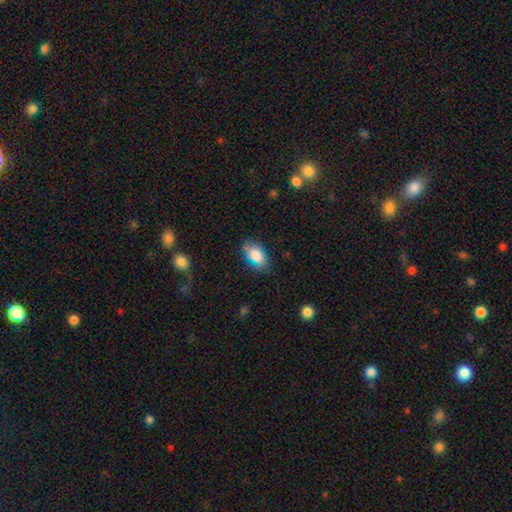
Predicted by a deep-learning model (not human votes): Q: Smooth or featured?
A: smooth (81%); runner-up: featured or disk (10%)
Q: How rounded?
A: in between (90%); runner-up: round (8%)
Q: Merging?
A: none (72%); runner-up: minor disturbance (20%)